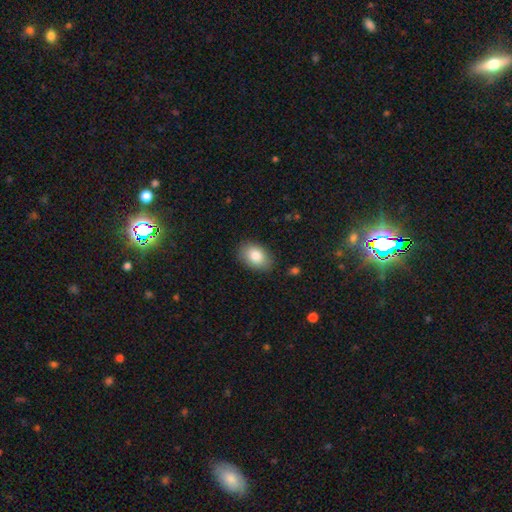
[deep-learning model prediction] Smooth or featured: smooth — 83% (featured or disk — 9%)
How rounded: in between — 85% (round — 14%)
Merging: none — 85% (minor disturbance — 11%)